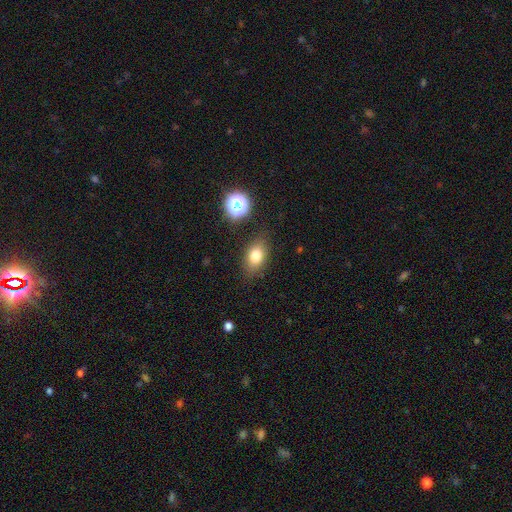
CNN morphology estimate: Smooth or featured? smooth (78%)
How rounded? in between (78%)
Merging? none (81%)